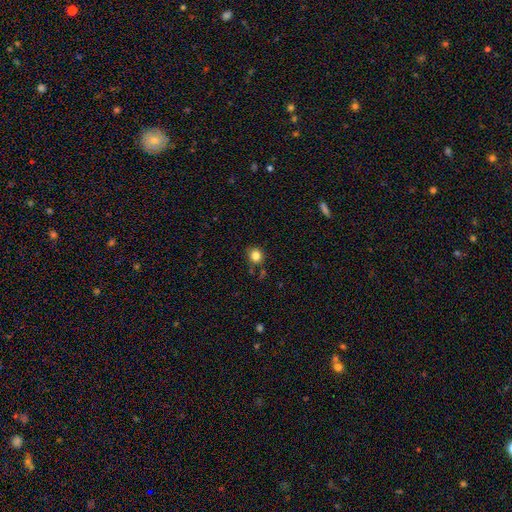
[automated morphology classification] smooth-or-featured: smooth: 82% | star or artifact: 12% | featured or disk: 6%
  how-rounded: round: 83% | in between: 16% | cigar-shaped: 1%
  merging: none: 78% | minor disturbance: 14% | merger: 5% | major disturbance: 4%